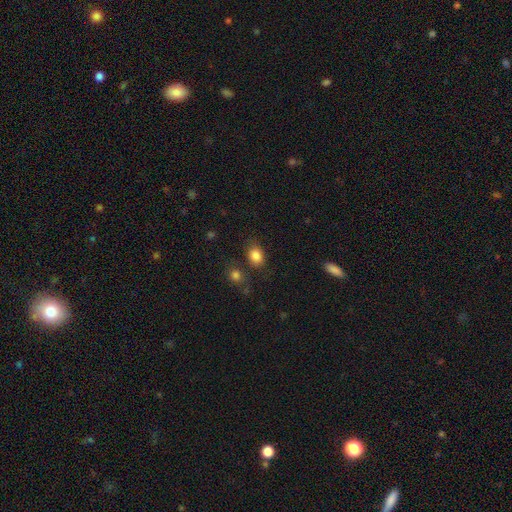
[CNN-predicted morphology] A smooth galaxy with no disk features (85%) that is in between round and cigar-shaped (67%). Merging: none (73%).